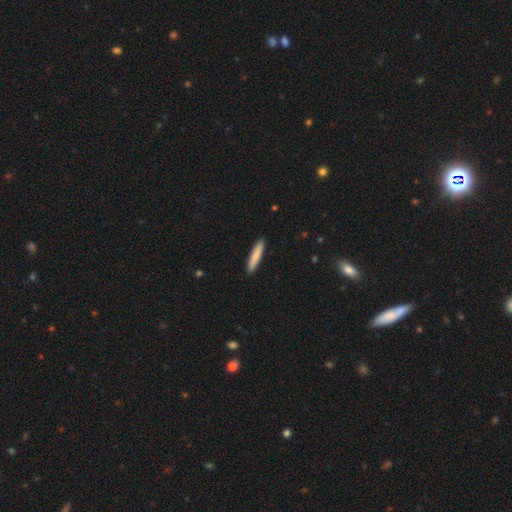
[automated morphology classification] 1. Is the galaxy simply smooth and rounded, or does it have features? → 82% smooth, 13% featured or disk, 5% star or artifact.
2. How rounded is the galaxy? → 92% cigar-shaped, 7% in between, 1% round.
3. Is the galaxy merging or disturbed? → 92% none, 6% minor disturbance, 1% major disturbance, 1% merger.